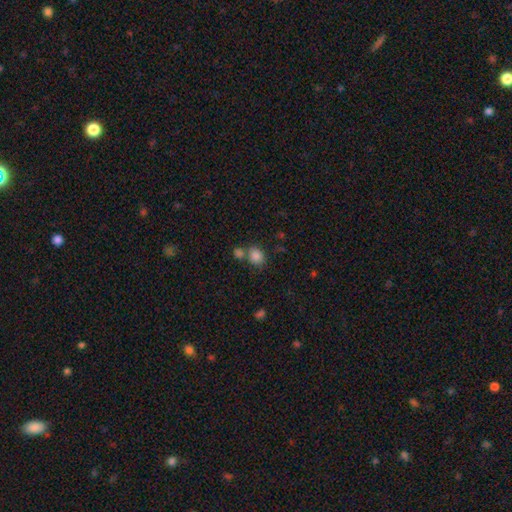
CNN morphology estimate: This appears to be a smooth galaxy with no disk features (84%) that is round (60%). Merging: none (56%).